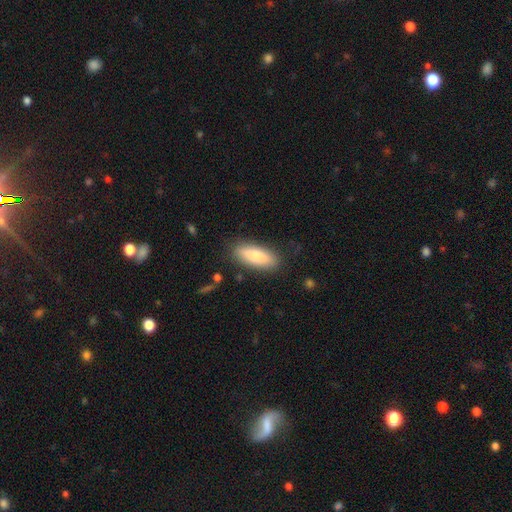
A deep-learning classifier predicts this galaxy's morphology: This is clearly a smooth galaxy (81%). How rounded: likely in between (68%). Merging: clearly none (84%).